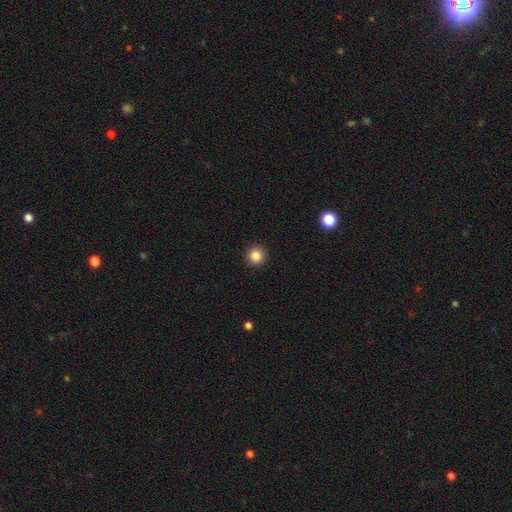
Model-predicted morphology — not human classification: This appears to be a smooth galaxy with no disk features (85%) that is round (95%). Merging: none (93%).